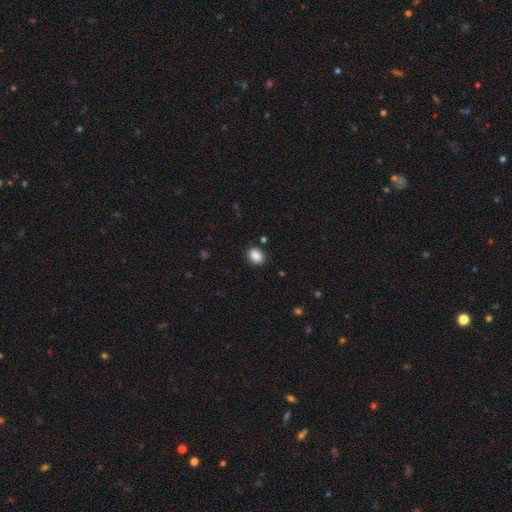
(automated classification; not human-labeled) The model was most divided on "how rounded": in between: 69%, round: 30%, cigar-shaped: 1%. More confident: smooth or featured — smooth (88%); merging — none (88%).